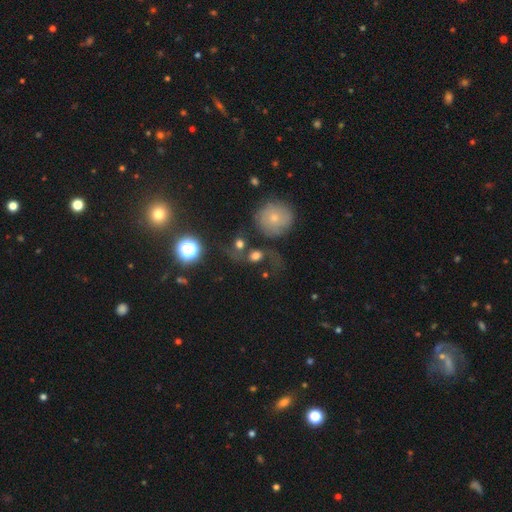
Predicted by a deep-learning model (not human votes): A smooth galaxy with no disk features (51%) that is round (58%).

Vote fractions:
- Smooth or featured? smooth: 51% / featured or disk: 32% / star or artifact: 17%
- How rounded? round: 58% / in between: 39% / cigar-shaped: 3%
- Merging? none: 36% / major disturbance: 28% / merger: 22% / minor disturbance: 14%